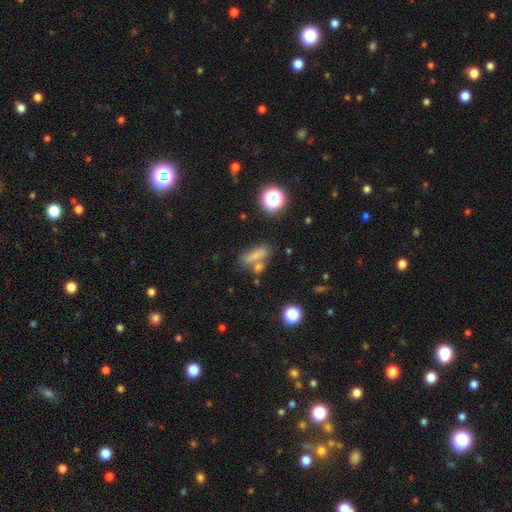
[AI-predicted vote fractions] Overall: smooth (70%). How rounded: in between (50%; cigar-shaped 40%). Merging: none (51%; merger 26%).